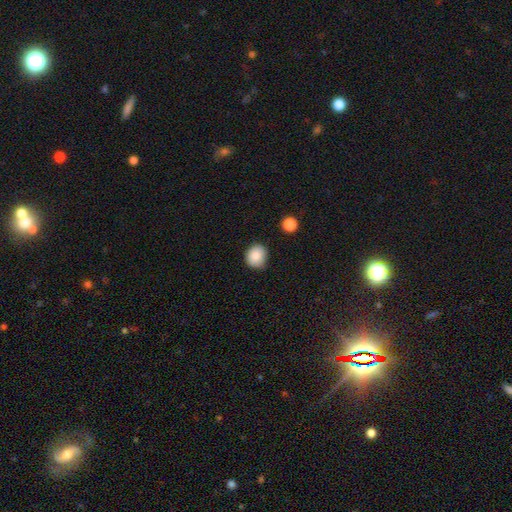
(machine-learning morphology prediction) Overall: smooth (85%). How rounded: round (77%). Merging: none (76%).